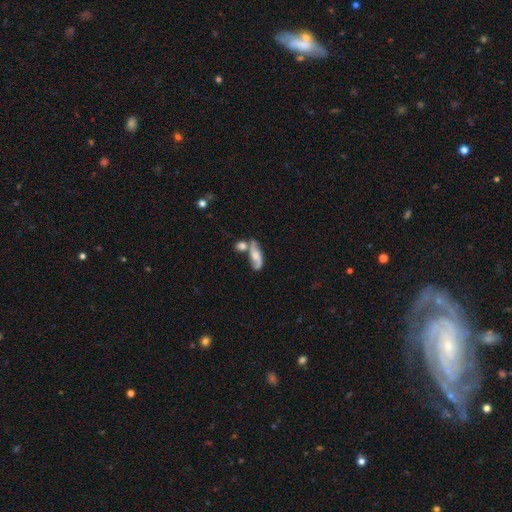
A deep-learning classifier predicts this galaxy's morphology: A featured or disk galaxy (61%) with no bar (62%), spiral arms (86%) and a moderate central bulge (37%).

Vote fractions:
- Smooth or featured? featured or disk: 61% / smooth: 31% / star or artifact: 8%
- Edge-on disk? no: 86% / yes: 14%
- Bar? no: 62% / weak: 30% / strong: 8%
- Spiral arms? yes: 86% / no: 14%
- Bulge size? moderate: 37% / small: 24% / none: 18% / large: 17% / dominant: 3%
- Merging? none: 38% / merger: 35% / minor disturbance: 16% / major disturbance: 11%